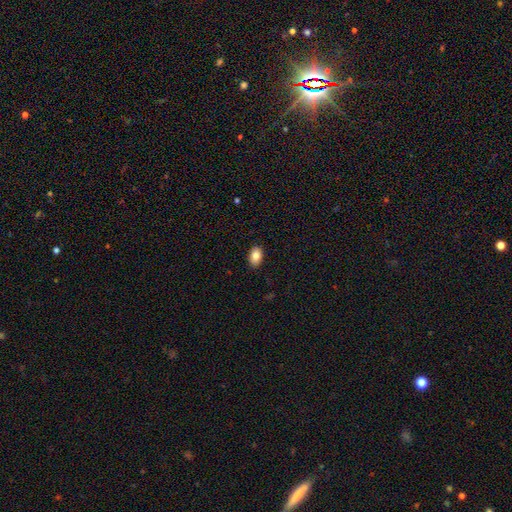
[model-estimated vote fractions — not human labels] Smooth or featured? smooth (84%)
How rounded? in between (89%)
Merging? none (90%)